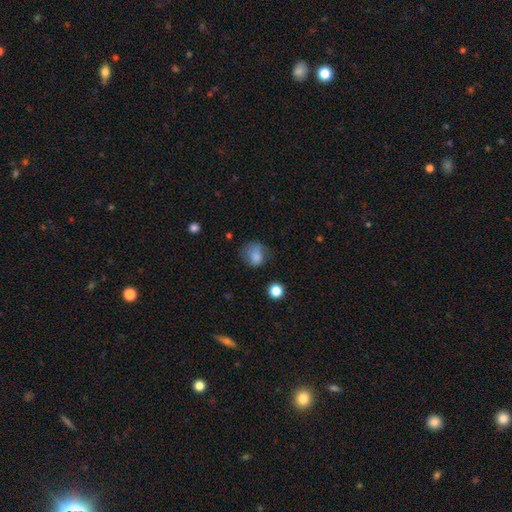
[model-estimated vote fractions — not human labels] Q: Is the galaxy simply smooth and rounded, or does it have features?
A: smooth — 79%.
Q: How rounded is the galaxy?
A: round — 67%.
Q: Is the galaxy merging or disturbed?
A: none — 52%.